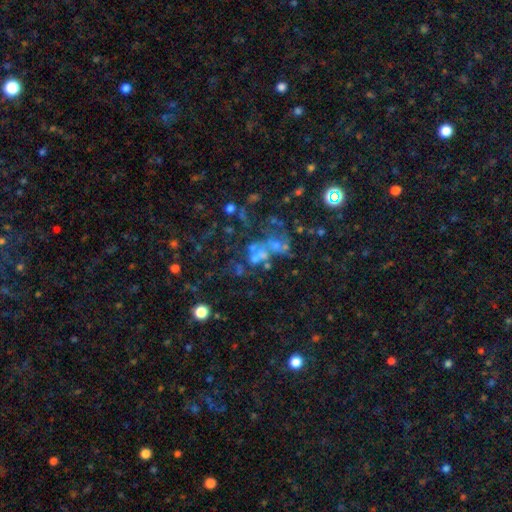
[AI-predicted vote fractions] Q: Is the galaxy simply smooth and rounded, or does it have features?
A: star or artifact — 54%.